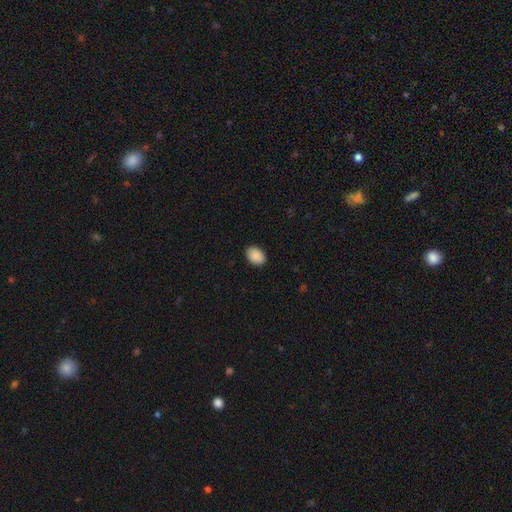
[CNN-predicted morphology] smooth-or-featured: smooth: 90% | star or artifact: 7% | featured or disk: 3%
  how-rounded: in between: 76% | round: 23% | cigar-shaped: 1%
  merging: none: 89% | minor disturbance: 8% | major disturbance: 2% | merger: 1%